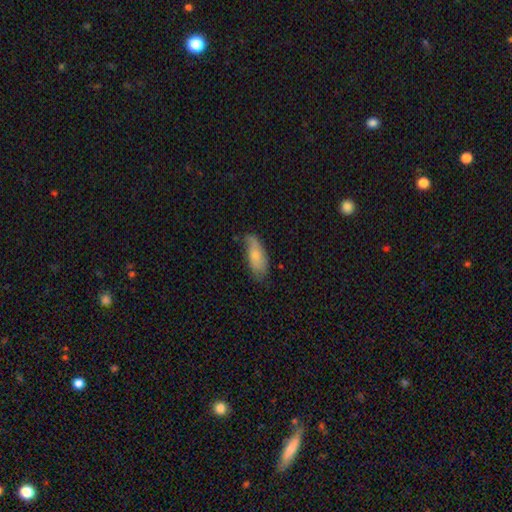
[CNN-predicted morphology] smooth-or-featured: smooth: 70% | featured or disk: 23% | star or artifact: 7%
  how-rounded: in between: 84% | cigar-shaped: 14% | round: 2%
  merging: none: 52% | minor disturbance: 34% | major disturbance: 11% | merger: 3%